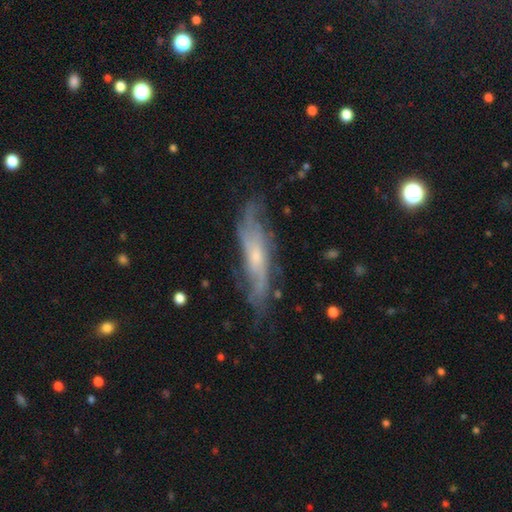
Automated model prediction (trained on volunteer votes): Morphology: type=featured or disk (71%); edge-on=no (65%); merging=none (63%).